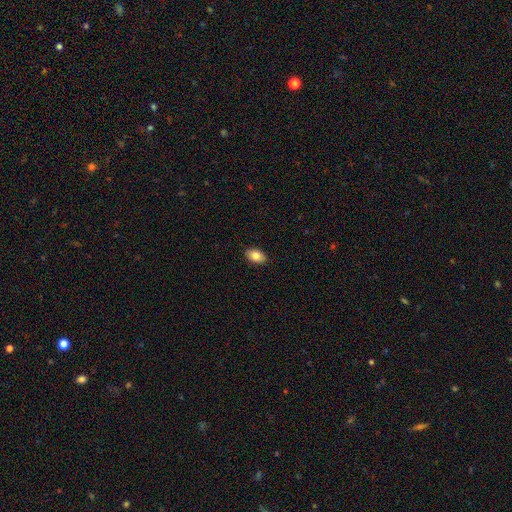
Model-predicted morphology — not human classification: A smooth galaxy with no disk features (84%) that is in between round and cigar-shaped (89%). Merging: none (90%).